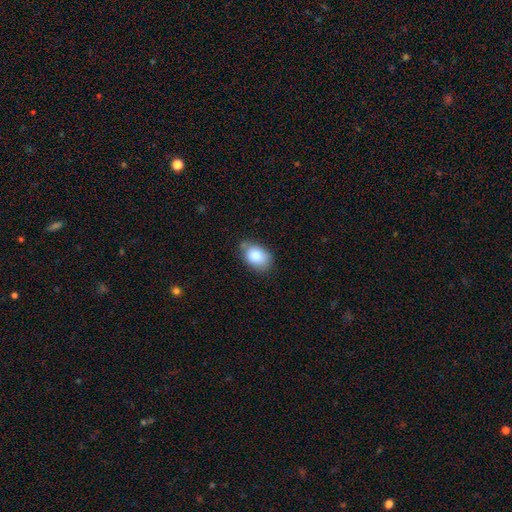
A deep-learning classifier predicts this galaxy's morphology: Overall: smooth (84%). How rounded: in between (82%). Merging: none (65%; minor disturbance 27%).